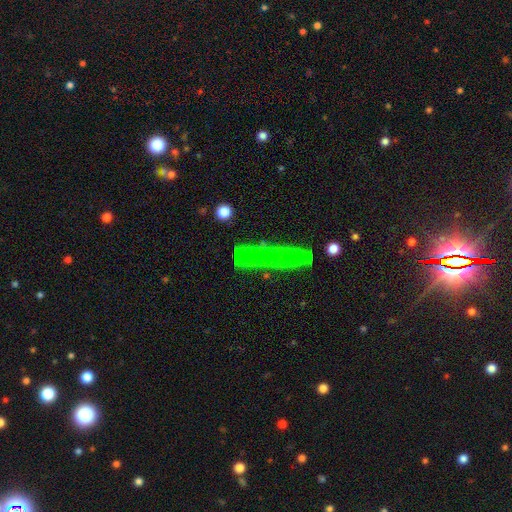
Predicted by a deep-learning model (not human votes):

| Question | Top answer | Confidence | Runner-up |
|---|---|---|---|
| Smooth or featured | featured or disk | 42% | star or artifact (35%) |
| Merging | none | 68% | minor disturbance (14%) |